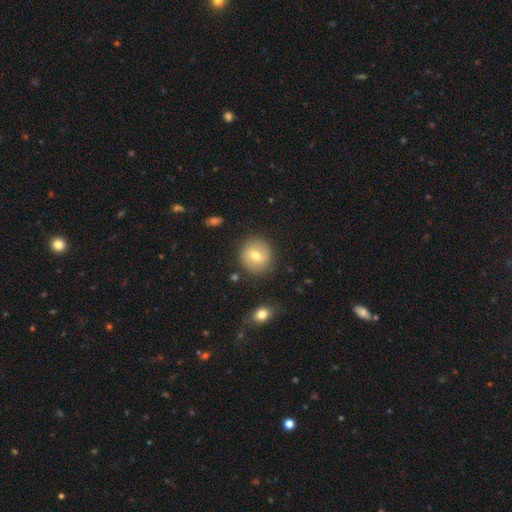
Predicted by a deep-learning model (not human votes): Smooth or featured: smooth — 67% (featured or disk — 25%)
How rounded: round — 88% (in between — 11%)
Merging: none — 85% (minor disturbance — 10%)